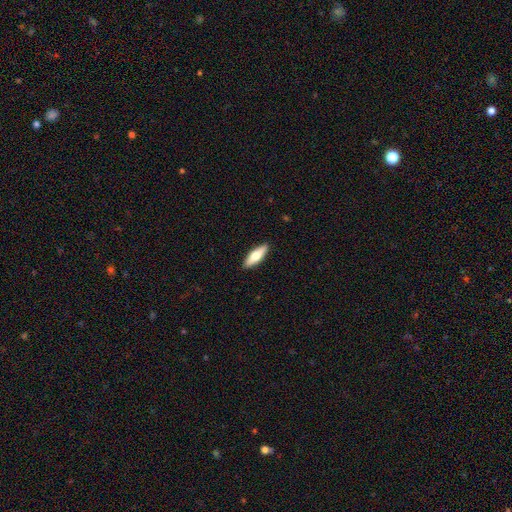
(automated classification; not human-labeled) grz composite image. It shows a smooth galaxy with no disk features (65%) that is cigar-shaped (50%). Merging: none (90%).